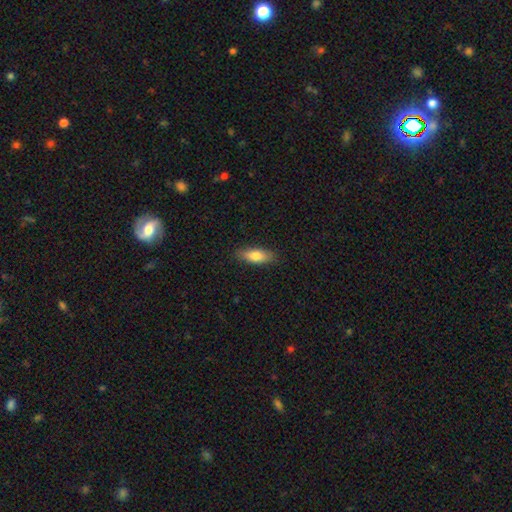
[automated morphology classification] smooth_or_featured: smooth (p=0.78) [alt: featured or disk p=0.16]
how_rounded: in between (p=0.70) [alt: cigar-shaped p=0.27]
merging: none (p=0.86) [alt: minor disturbance p=0.11]